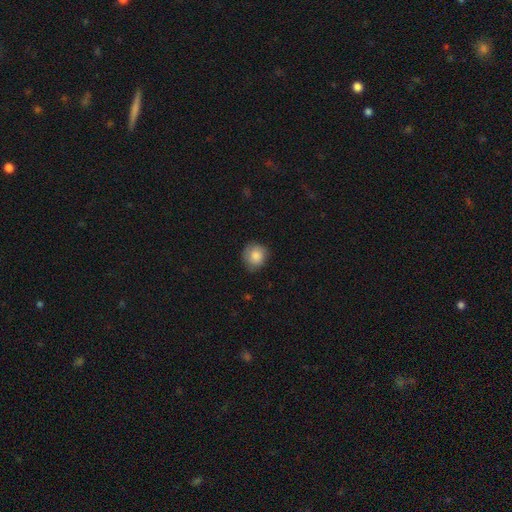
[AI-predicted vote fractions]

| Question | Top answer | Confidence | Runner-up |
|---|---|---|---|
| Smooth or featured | smooth | 84% | featured or disk (9%) |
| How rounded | round | 86% | in between (13%) |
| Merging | none | 76% | minor disturbance (19%) |